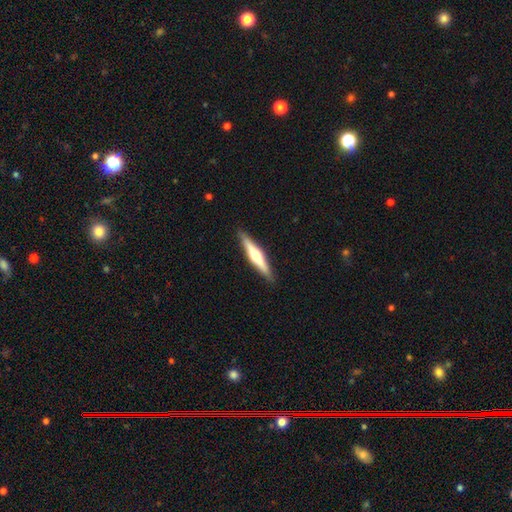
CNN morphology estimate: Smooth or featured? Predicted: featured or disk (p=0.65). Edge-on disk? Predicted: yes (p=0.97). Edge-on bulge? Predicted: rounded (p=0.89). Merging? Predicted: none (p=0.91).